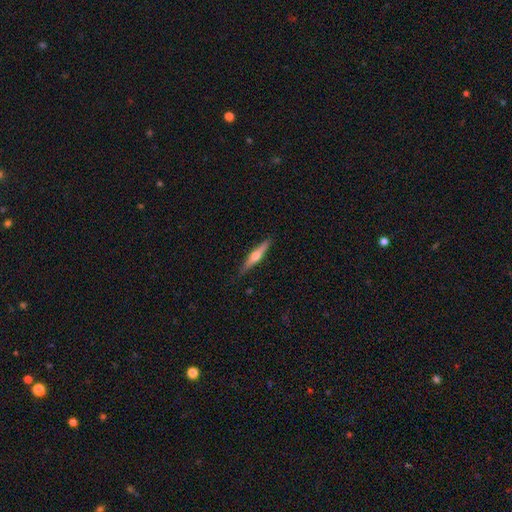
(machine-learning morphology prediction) This appears to be a featured or disk galaxy (62%) viewed edge-on (97%) with a rounded central bulge (93%). Merging: none (88%).